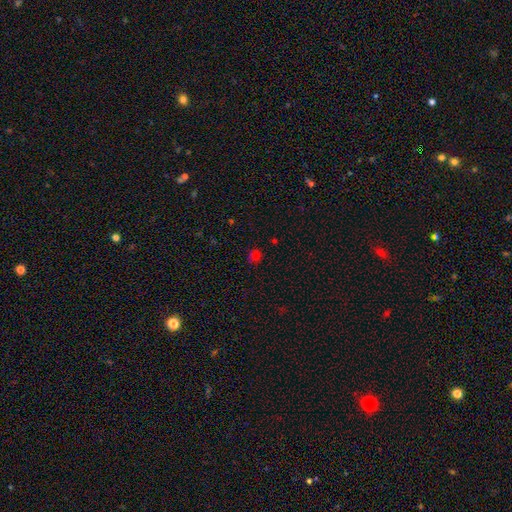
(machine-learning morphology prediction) The model was most divided on "smooth or featured": smooth: 61%, star or artifact: 30%, featured or disk: 9%. More confident: how rounded — round (81%); merging — none (73%).